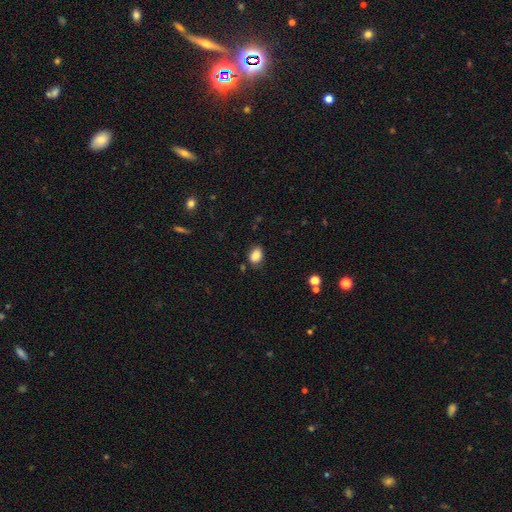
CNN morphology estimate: Smooth or featured? smooth (86%)
How rounded? in between (69%)
Merging? none (78%)